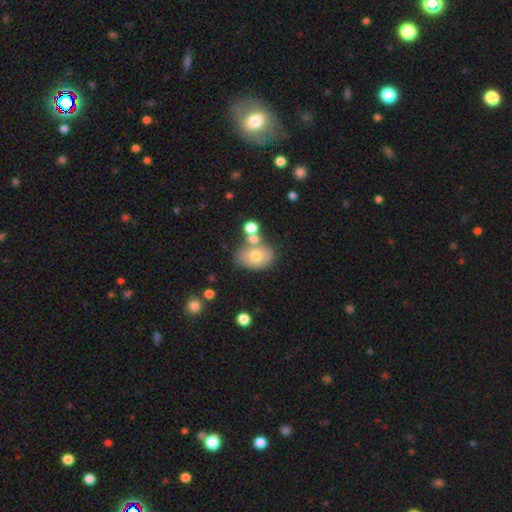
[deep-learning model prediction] Morphology: type=smooth (68%); roundness=in between (70%); merging=none (53%).